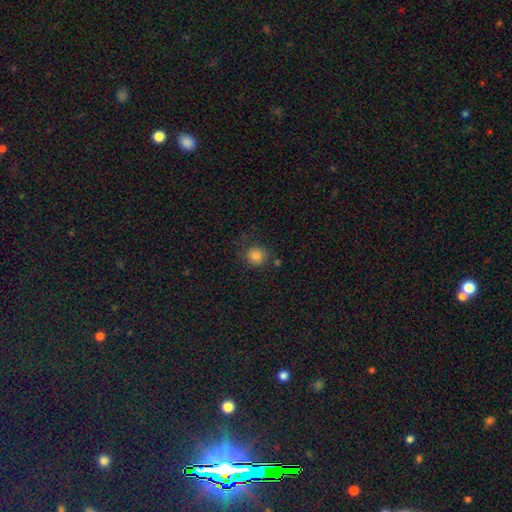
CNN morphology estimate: Q: Smooth or featured?
A: smooth (83%); runner-up: star or artifact (13%)
Q: How rounded?
A: round (89%); runner-up: in between (10%)
Q: Merging?
A: none (75%); runner-up: minor disturbance (15%)